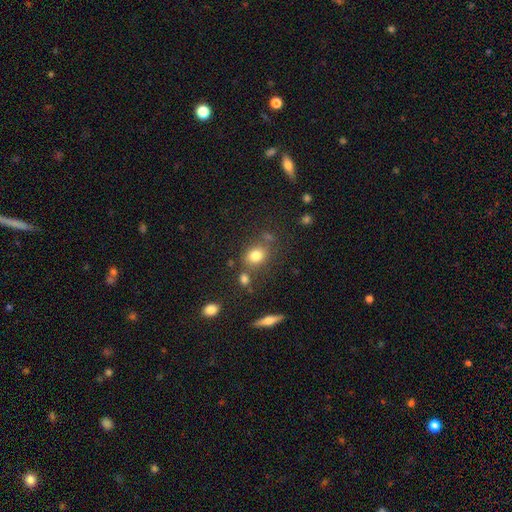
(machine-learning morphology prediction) Overall: smooth (78%). How rounded: round (54%; in between 45%). Merging: none (68%).